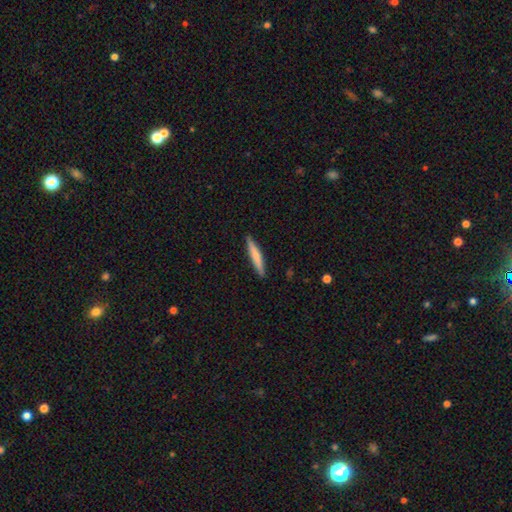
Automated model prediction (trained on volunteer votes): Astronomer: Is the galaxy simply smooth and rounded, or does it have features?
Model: smooth — 68%.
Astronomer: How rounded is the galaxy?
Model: cigar-shaped — 93%.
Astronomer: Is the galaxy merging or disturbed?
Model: none — 89%.